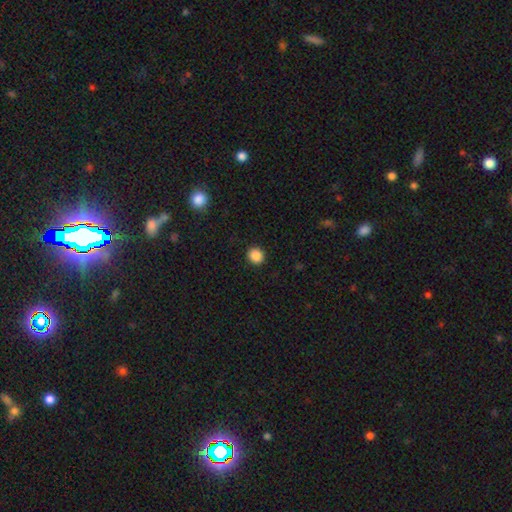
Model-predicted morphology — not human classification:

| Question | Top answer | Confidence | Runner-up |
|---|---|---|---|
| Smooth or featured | smooth | 87% | star or artifact (10%) |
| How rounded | round | 86% | in between (13%) |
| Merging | none | 92% | minor disturbance (5%) |